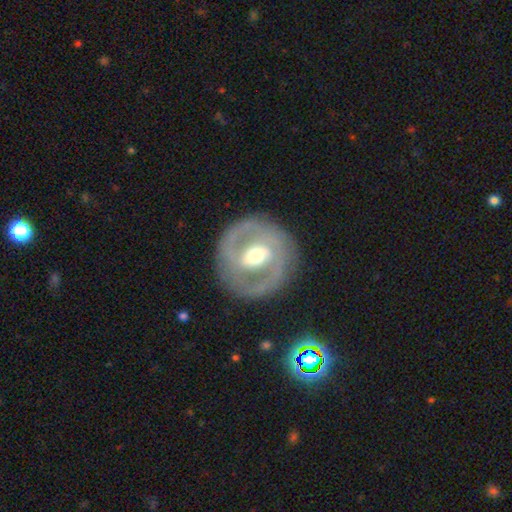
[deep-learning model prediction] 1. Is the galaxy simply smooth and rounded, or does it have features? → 78% featured or disk, 17% smooth, 5% star or artifact.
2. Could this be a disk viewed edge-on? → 96% no, 4% yes.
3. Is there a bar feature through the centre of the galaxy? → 41% weak, 35% strong, 24% no.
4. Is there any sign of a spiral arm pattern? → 70% yes, 30% no.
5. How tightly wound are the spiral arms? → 46% tight, 38% medium, 16% loose.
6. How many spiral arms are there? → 74% 2, 13% can't tell, 5% 1, 4% 3, 2% 4, 2% more than 4.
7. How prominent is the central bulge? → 67% moderate, 18% small, 12% large, 1% dominant, 1% none.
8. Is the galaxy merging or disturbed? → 83% none, 10% minor disturbance, 6% major disturbance, 1% merger.